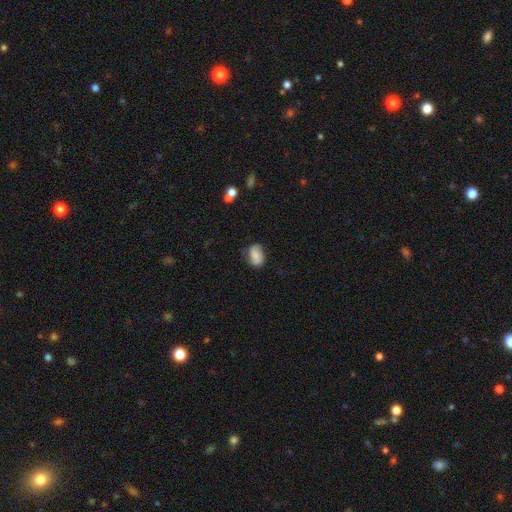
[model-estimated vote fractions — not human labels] A smooth galaxy with no disk features (54%) that is in between round and cigar-shaped (78%).

Vote fractions:
- Smooth or featured? smooth: 54% / featured or disk: 36% / star or artifact: 9%
- How rounded? in between: 78% / round: 21% / cigar-shaped: 2%
- Merging? none: 67% / minor disturbance: 24% / major disturbance: 7% / merger: 2%